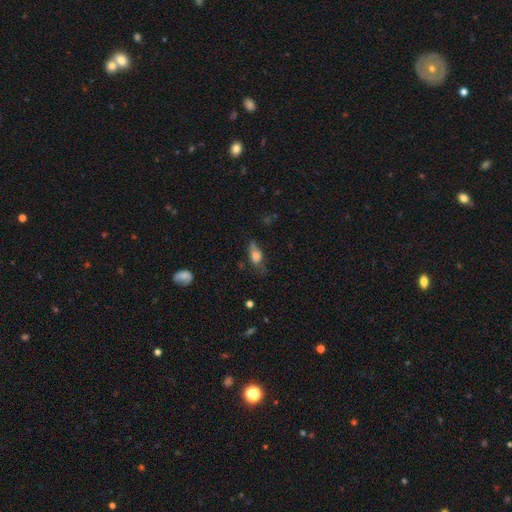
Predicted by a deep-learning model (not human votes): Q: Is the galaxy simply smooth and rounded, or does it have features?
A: smooth — 71%.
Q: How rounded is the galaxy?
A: in between — 79%.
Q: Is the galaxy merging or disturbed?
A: none — 43%.